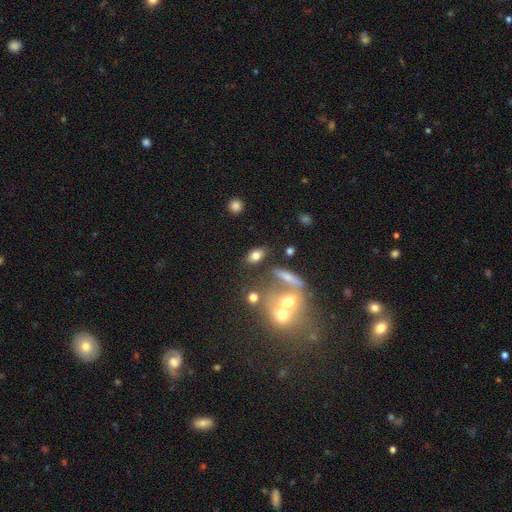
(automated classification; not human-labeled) Q: Smooth or featured?
A: smooth (73%); runner-up: featured or disk (16%)
Q: How rounded?
A: in between (82%); runner-up: round (11%)
Q: Merging?
A: none (70%); runner-up: minor disturbance (13%)